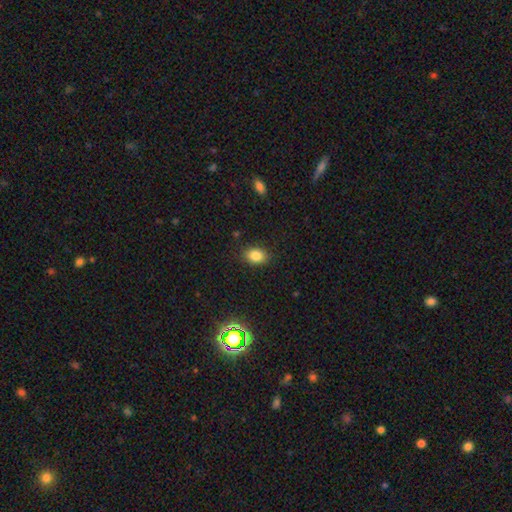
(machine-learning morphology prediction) smooth_or_featured: smooth (p=0.83) [alt: star or artifact p=0.11]
how_rounded: in between (p=0.73) [alt: round p=0.26]
merging: none (p=0.86) [alt: minor disturbance p=0.10]